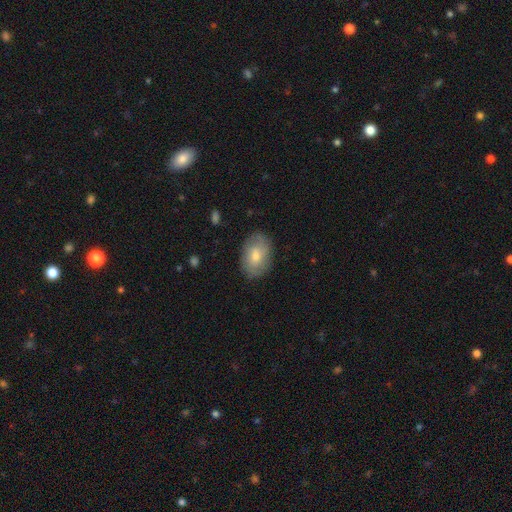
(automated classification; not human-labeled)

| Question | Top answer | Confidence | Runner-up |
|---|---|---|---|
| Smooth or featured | smooth | 63% | featured or disk (29%) |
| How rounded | in between | 84% | round (15%) |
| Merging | none | 82% | minor disturbance (13%) |